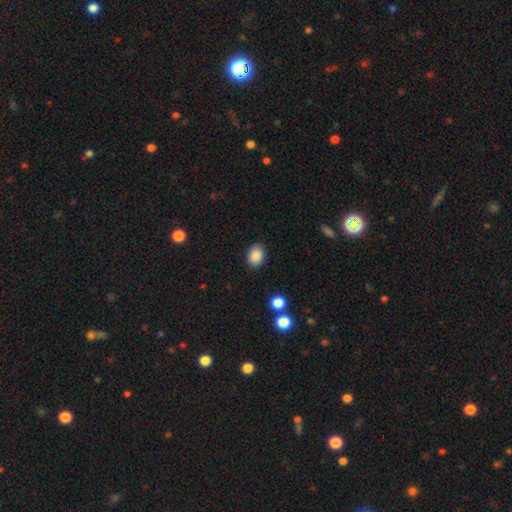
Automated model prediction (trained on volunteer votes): The model was most divided on "how rounded": in between: 71%, round: 28%, cigar-shaped: 1%. More confident: smooth or featured — smooth (88%); merging — none (86%).